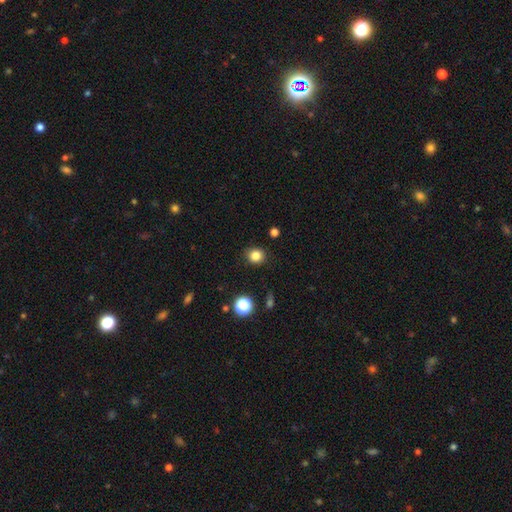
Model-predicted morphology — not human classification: Q: Smooth or featured?
A: smooth (83%); runner-up: star or artifact (12%)
Q: How rounded?
A: round (83%); runner-up: in between (16%)
Q: Merging?
A: none (89%); runner-up: minor disturbance (8%)